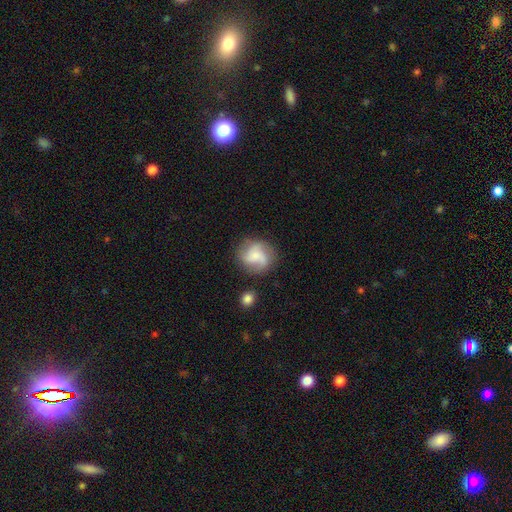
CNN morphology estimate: Q: Smooth or featured?
A: featured or disk (56%); runner-up: smooth (36%)
Q: Edge-on disk?
A: no (98%); runner-up: yes (2%)
Q: Bar?
A: no (65%); runner-up: weak (30%)
Q: Spiral arms?
A: yes (89%); runner-up: no (11%)
Q: Bulge size?
A: small (35%); runner-up: none (29%)
Q: Merging?
A: none (68%); runner-up: minor disturbance (19%)